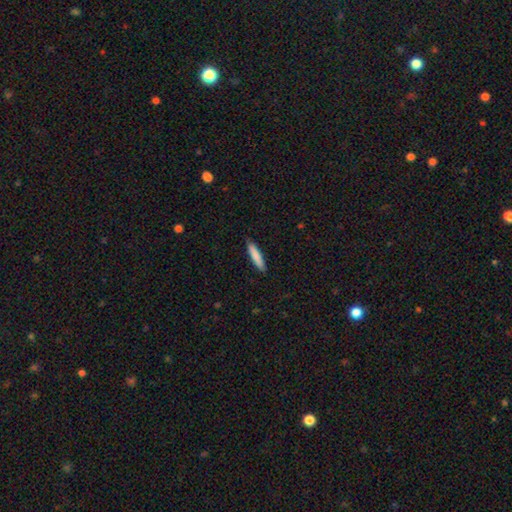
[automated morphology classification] Smooth or featured: smooth — 84% (featured or disk — 10%)
How rounded: cigar-shaped — 87% (in between — 12%)
Merging: none — 89% (minor disturbance — 8%)